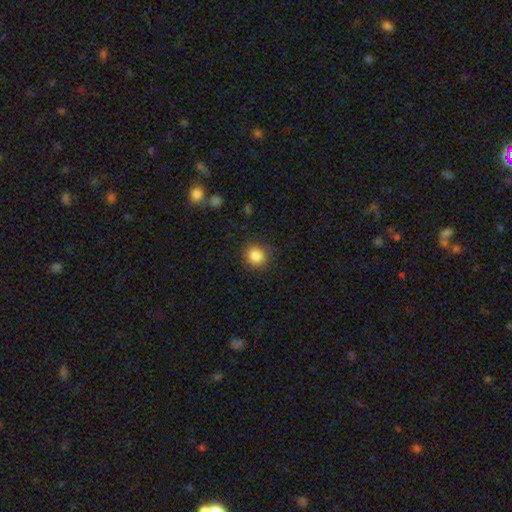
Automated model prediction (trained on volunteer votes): This is clearly a smooth galaxy (86%). How rounded: clearly round (90%). Merging: clearly none (86%).